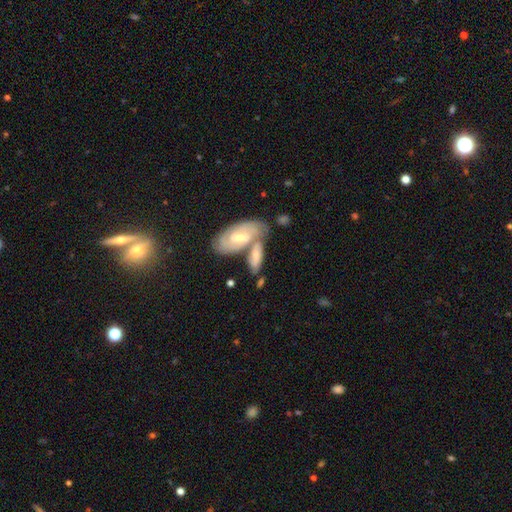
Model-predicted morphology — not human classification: smooth-or-featured: featured or disk: 54% | smooth: 41% | star or artifact: 6%
  disk-edge-on: no: 84% | yes: 16%
  merging: merger: 42% | none: 41% | minor disturbance: 13% | major disturbance: 5%